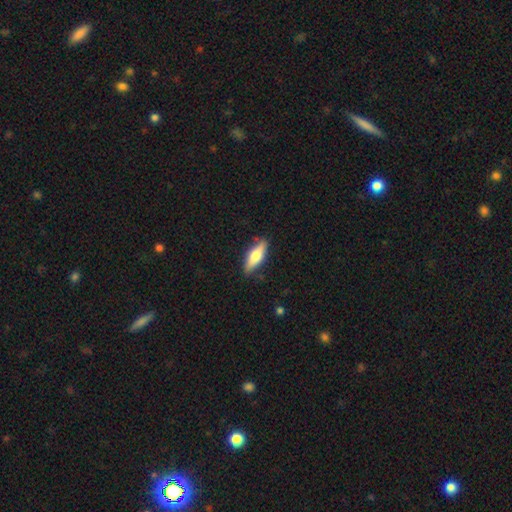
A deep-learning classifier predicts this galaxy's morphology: This is possibly a smooth galaxy (56%). How rounded: possibly in between (51%). Merging: clearly none (83%).